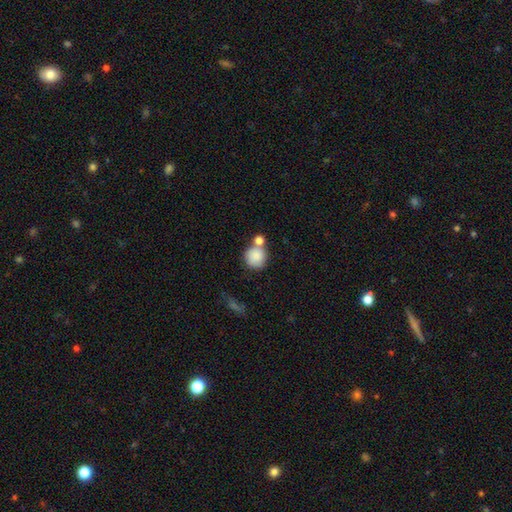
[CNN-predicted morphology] type=smooth (84%); roundness=round (89%); merging=none (53%).